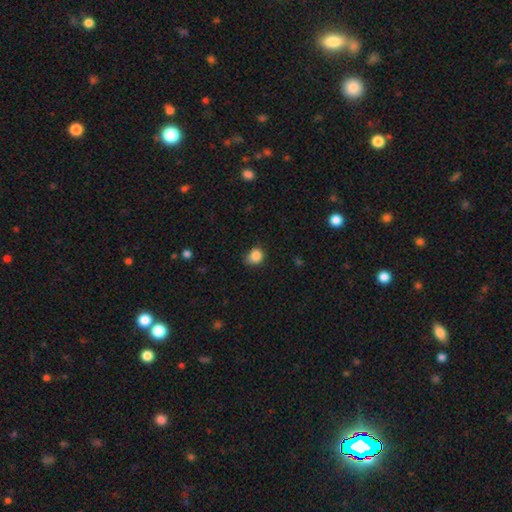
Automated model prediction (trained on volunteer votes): Smooth or featured: smooth — 85% (star or artifact — 11%)
How rounded: round — 66% (in between — 33%)
Merging: none — 63% (minor disturbance — 30%)